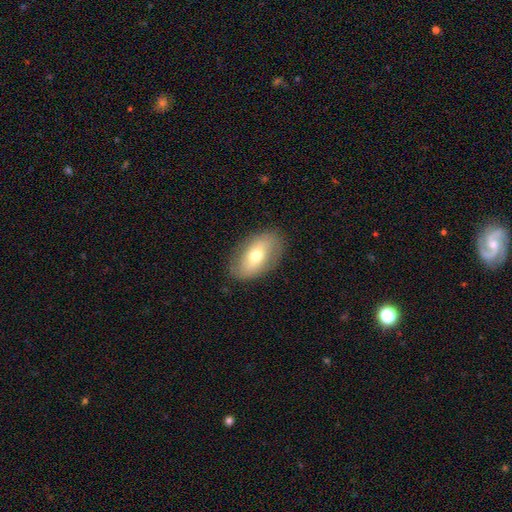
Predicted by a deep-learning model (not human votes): Smooth or featured? Predicted: smooth (p=0.61). How rounded? Predicted: in between (p=0.91). Merging? Predicted: none (p=0.82).